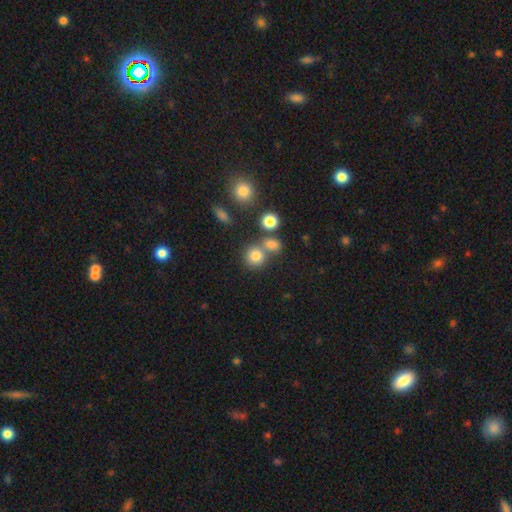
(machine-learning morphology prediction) Smooth or featured?
  - smooth: 78% *
  - star or artifact: 14%
  - featured or disk: 8%
How rounded?
  - round: 83% *
  - in between: 16%
  - cigar-shaped: 1%
Merging?
  - none: 58% *
  - merger: 28%
  - minor disturbance: 9%
  - major disturbance: 4%